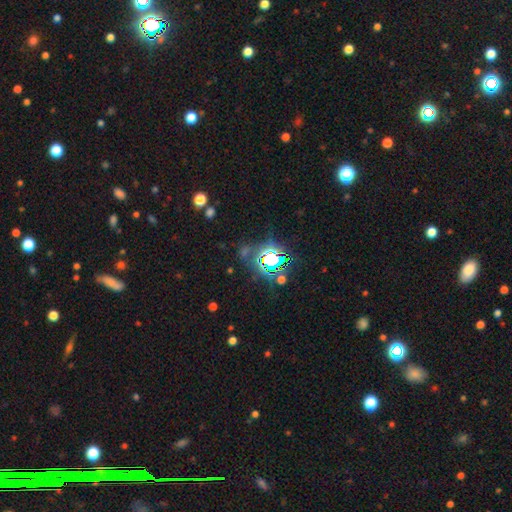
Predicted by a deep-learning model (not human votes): Smooth or featured: star or artifact — 79% (smooth — 13%)